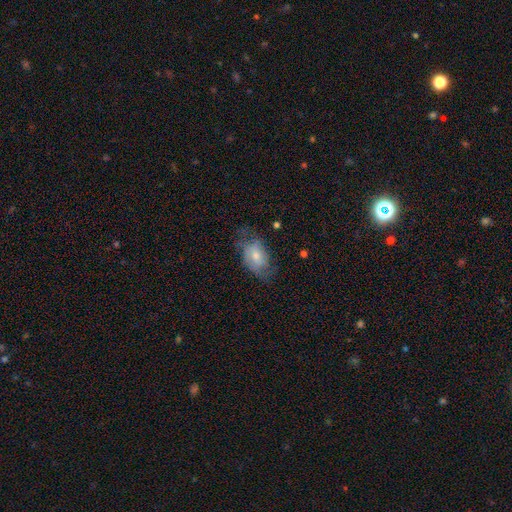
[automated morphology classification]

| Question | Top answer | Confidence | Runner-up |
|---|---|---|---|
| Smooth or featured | smooth | 58% | featured or disk (34%) |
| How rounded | in between | 84% | round (14%) |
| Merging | none | 46% | minor disturbance (31%) |